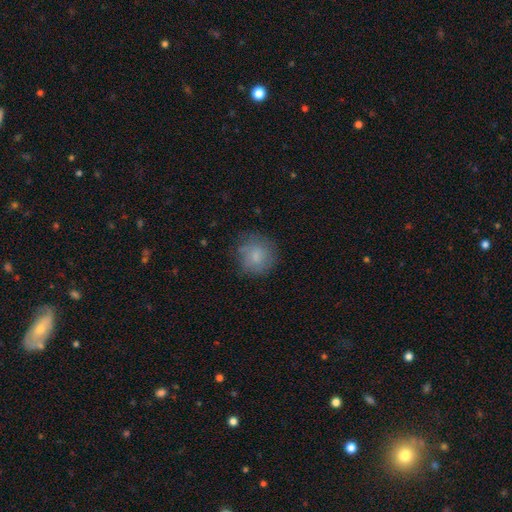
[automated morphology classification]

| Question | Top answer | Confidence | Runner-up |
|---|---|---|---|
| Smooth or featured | smooth | 79% | featured or disk (13%) |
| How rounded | round | 89% | in between (10%) |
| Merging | none | 73% | minor disturbance (18%) |